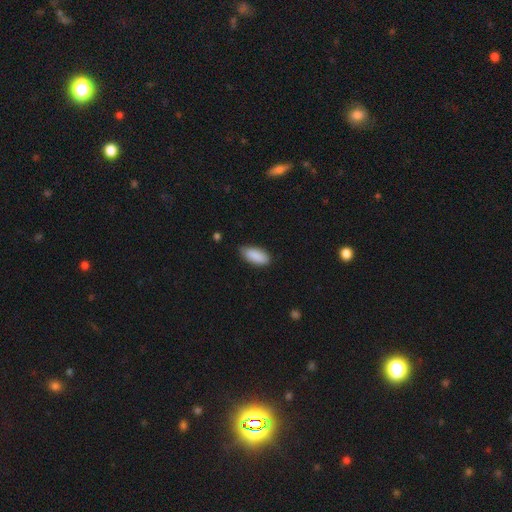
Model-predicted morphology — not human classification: This is clearly a smooth galaxy (89%). How rounded: clearly in between (88%). Merging: likely none (77%).